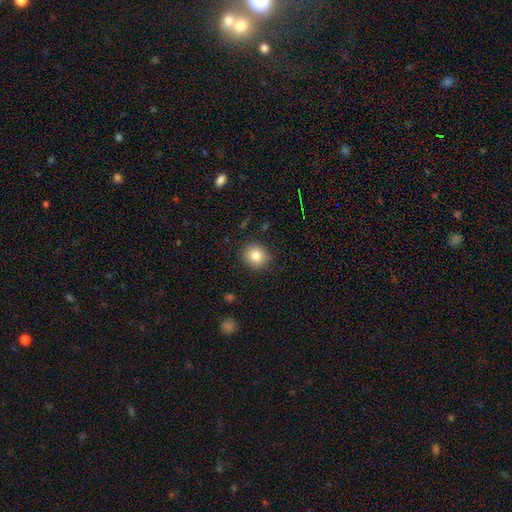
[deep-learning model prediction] A smooth galaxy with no disk features (84%) that is round (78%). Merging: none (89%).